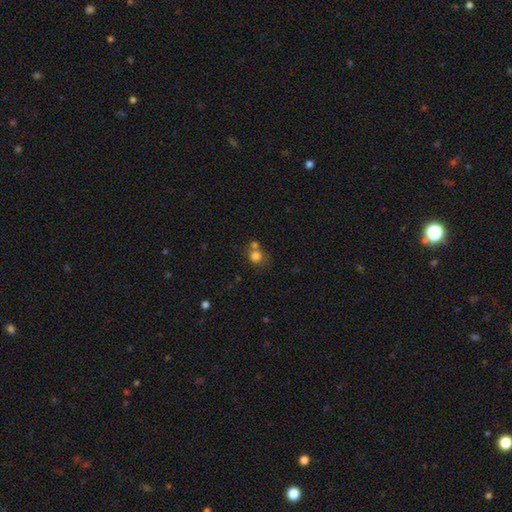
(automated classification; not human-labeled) Q: Smooth or featured?
A: smooth (79%); runner-up: star or artifact (12%)
Q: How rounded?
A: round (82%); runner-up: in between (17%)
Q: Merging?
A: none (46%); runner-up: merger (37%)